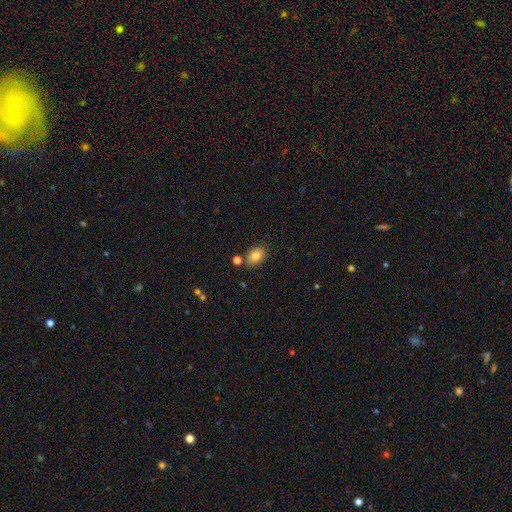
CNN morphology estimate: A smooth galaxy with no disk features (82%) that is in between round and cigar-shaped (73%).

Vote fractions:
- Smooth or featured? smooth: 82% / star or artifact: 10% / featured or disk: 8%
- How rounded? in between: 73% / round: 26% / cigar-shaped: 1%
- Merging? none: 78% / minor disturbance: 12% / merger: 7% / major disturbance: 3%